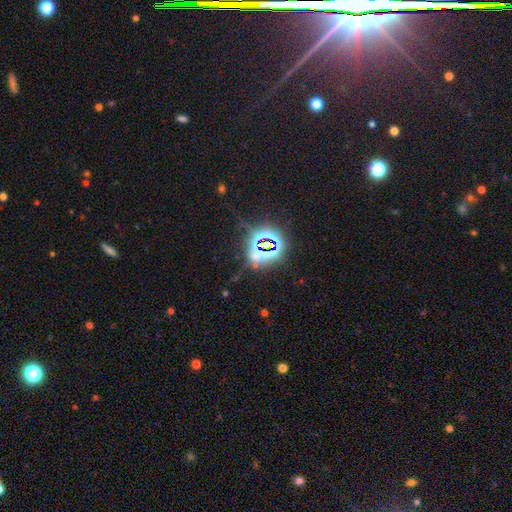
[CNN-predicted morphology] A star or artifact, not a galaxy (80%).

Vote fractions:
- Smooth or featured? star or artifact: 80% / smooth: 12% / featured or disk: 8%